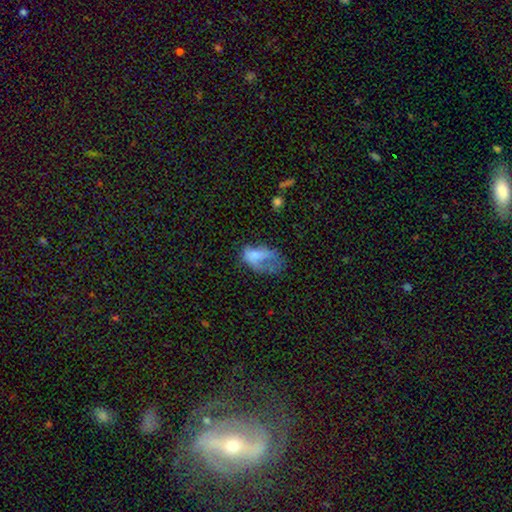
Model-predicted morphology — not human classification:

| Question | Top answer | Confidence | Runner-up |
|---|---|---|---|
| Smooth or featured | smooth | 58% | featured or disk (31%) |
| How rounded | in between | 88% | round (9%) |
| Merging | major disturbance | 55% | minor disturbance (21%) |